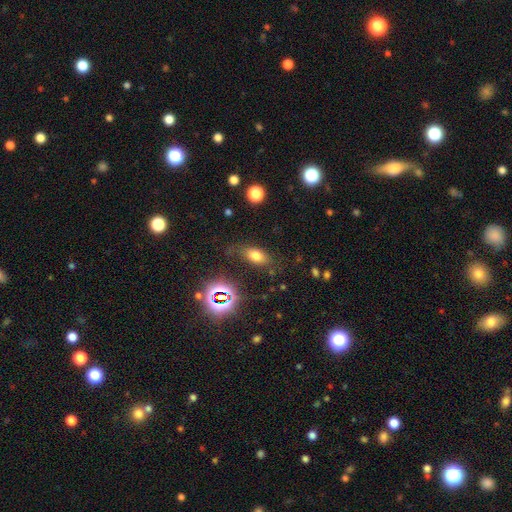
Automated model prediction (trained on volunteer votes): Q: Smooth or featured?
A: smooth (68%); runner-up: star or artifact (19%)
Q: How rounded?
A: in between (84%); runner-up: round (10%)
Q: Merging?
A: none (73%); runner-up: minor disturbance (17%)